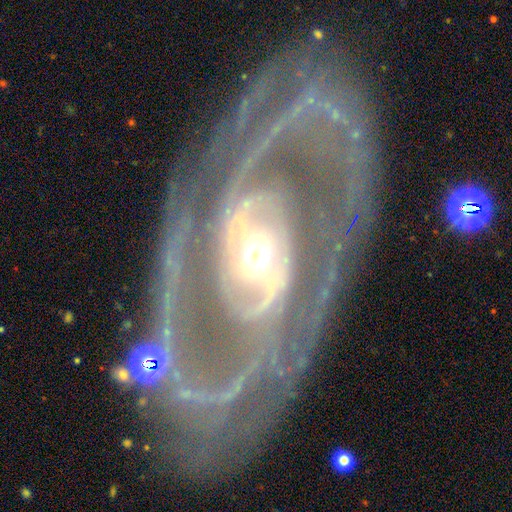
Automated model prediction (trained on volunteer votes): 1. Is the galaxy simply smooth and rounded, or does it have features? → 91% featured or disk, 5% smooth, 4% star or artifact.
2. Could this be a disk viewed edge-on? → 95% no, 5% yes.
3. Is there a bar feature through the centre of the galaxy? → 35% no, 33% weak, 32% strong.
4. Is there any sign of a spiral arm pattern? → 91% yes, 9% no.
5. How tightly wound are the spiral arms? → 46% tight, 39% medium, 15% loose.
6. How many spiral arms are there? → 59% 2, 14% can't tell, 10% 3, 6% 1, 5% 4, 5% more than 4.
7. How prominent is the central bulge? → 62% moderate, 28% small, 7% large, 1% dominant, 1% none.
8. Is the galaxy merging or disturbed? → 68% none, 16% minor disturbance, 13% major disturbance, 3% merger.